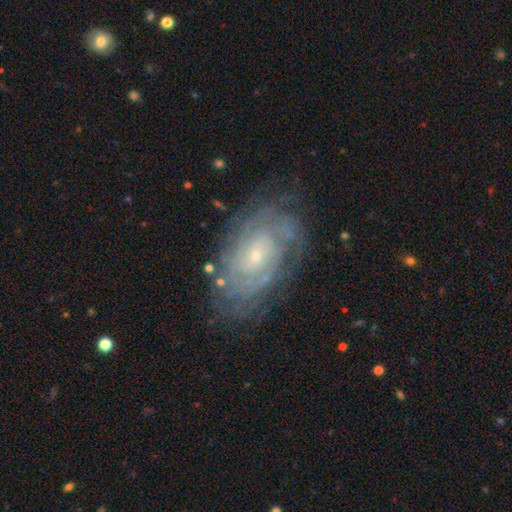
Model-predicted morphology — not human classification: type=featured or disk (82%); edge-on=no (95%); bar=no (72%); spiral arms=yes (94%); winding=tight (77%); arm count=can't tell (44%); bulge=small (78%); merging=none (77%).